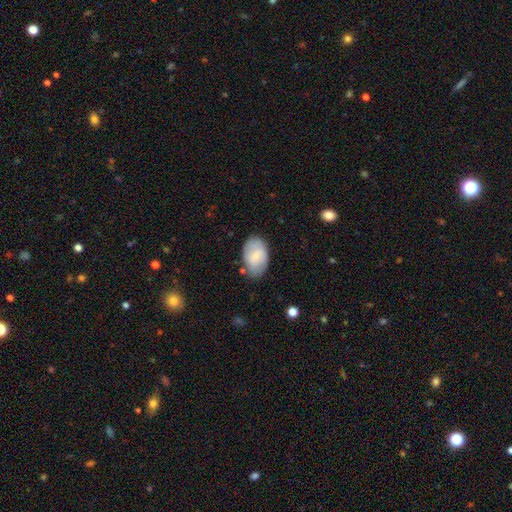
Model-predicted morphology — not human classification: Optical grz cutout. It shows a smooth galaxy with no disk features (72%) that is in between round and cigar-shaped (91%). Merging: none (73%).